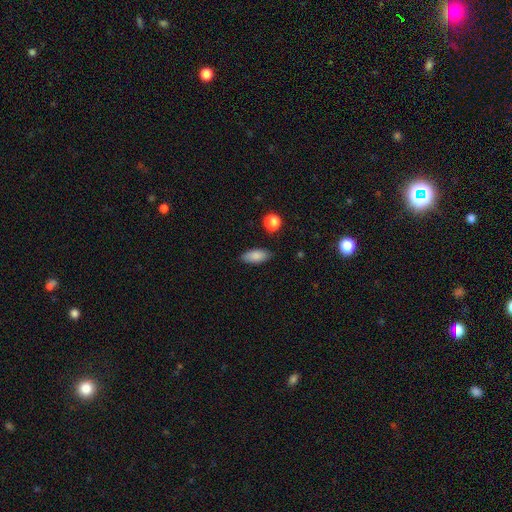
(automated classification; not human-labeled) smooth_or_featured: smooth (p=0.85) [alt: featured or disk p=0.07]
how_rounded: in between (p=0.85) [alt: cigar-shaped p=0.12]
merging: none (p=0.84) [alt: minor disturbance p=0.11]